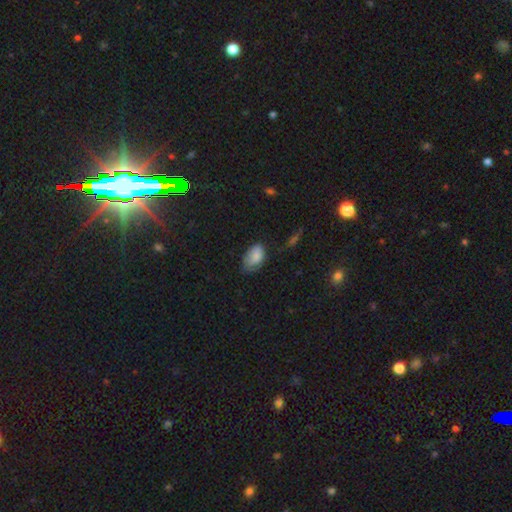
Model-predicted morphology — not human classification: Smooth or featured?
  - smooth: 81% *
  - featured or disk: 11%
  - star or artifact: 8%
How rounded?
  - in between: 92% *
  - round: 7%
  - cigar-shaped: 1%
Merging?
  - none: 49% *
  - minor disturbance: 38%
  - major disturbance: 11%
  - merger: 2%